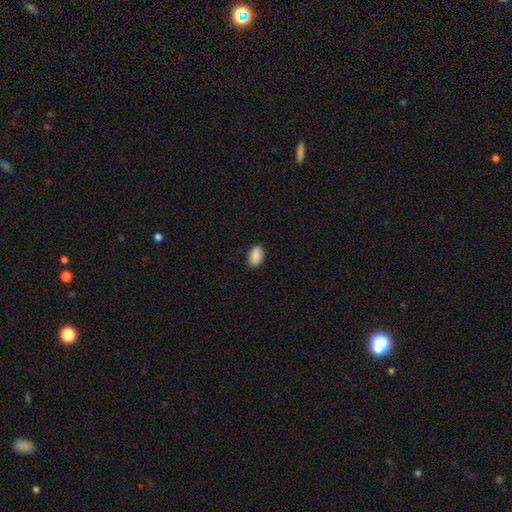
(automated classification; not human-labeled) This appears to be a smooth galaxy with no disk features (90%) that is in between round and cigar-shaped (92%). Merging: none (87%).